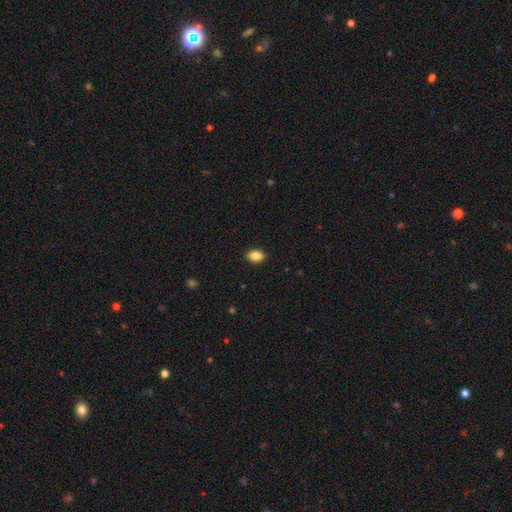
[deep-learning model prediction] smooth-or-featured: smooth: 86% | star or artifact: 9% | featured or disk: 5%
  how-rounded: in between: 77% | round: 21% | cigar-shaped: 1%
  merging: none: 90% | minor disturbance: 7% | major disturbance: 2% | merger: 1%